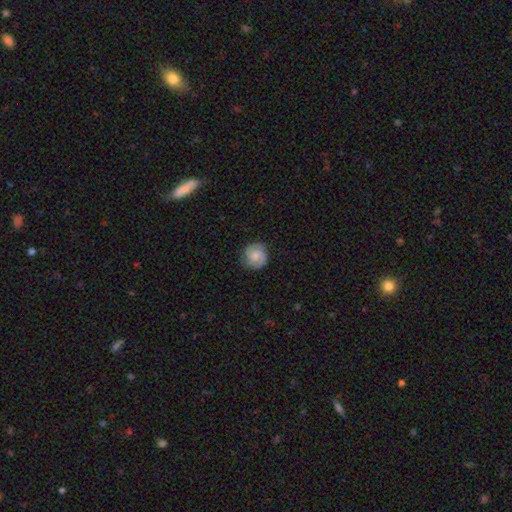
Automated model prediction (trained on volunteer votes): smooth 52%, featured or disk 41%, star or artifact 8%. Down the decision tree: how rounded — round (90%); merging — none (82%).